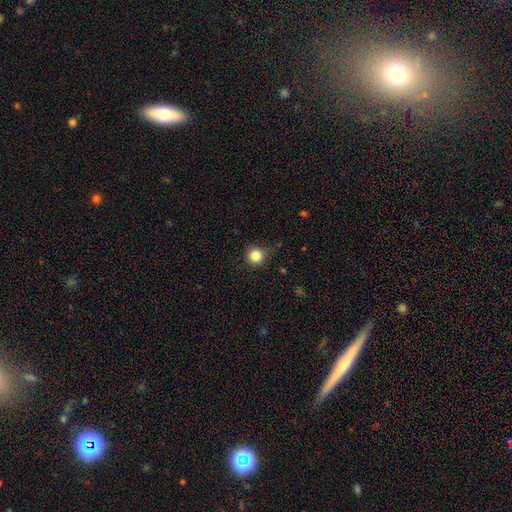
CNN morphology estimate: Q: Smooth or featured?
A: smooth (84%); runner-up: star or artifact (11%)
Q: How rounded?
A: round (94%); runner-up: in between (5%)
Q: Merging?
A: none (85%); runner-up: minor disturbance (11%)